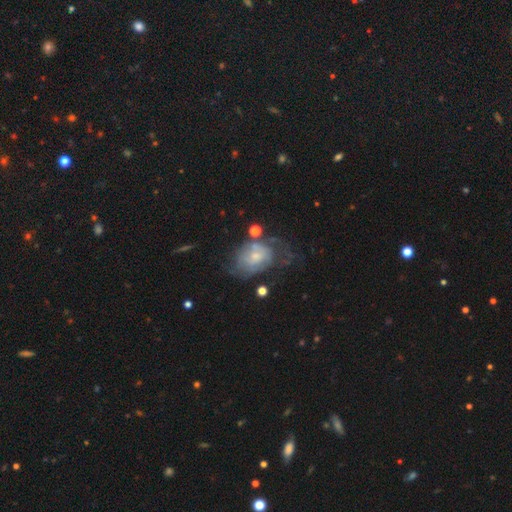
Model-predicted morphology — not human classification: Q: Smooth or featured?
A: featured or disk (57%); runner-up: smooth (34%)
Q: Edge-on disk?
A: no (97%); runner-up: yes (3%)
Q: Bar?
A: no (72%); runner-up: weak (24%)
Q: Spiral arms?
A: yes (62%); runner-up: no (38%)
Q: Bulge size?
A: small (61%); runner-up: moderate (27%)
Q: Merging?
A: major disturbance (34%); runner-up: none (33%)